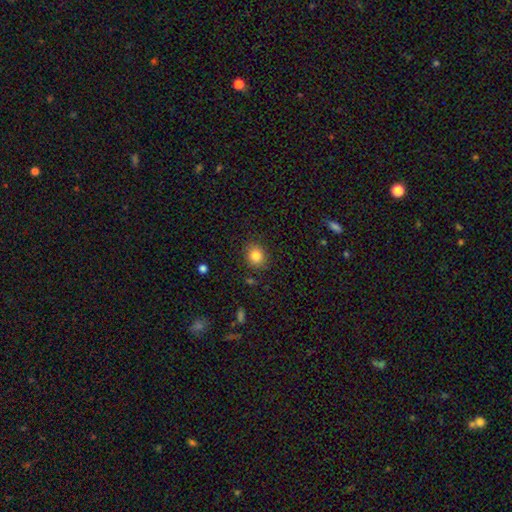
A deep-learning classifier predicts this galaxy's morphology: smooth_or_featured: smooth (p=0.83) [alt: star or artifact p=0.10]
how_rounded: round (p=0.74) [alt: in between p=0.25]
merging: none (p=0.86) [alt: minor disturbance p=0.10]